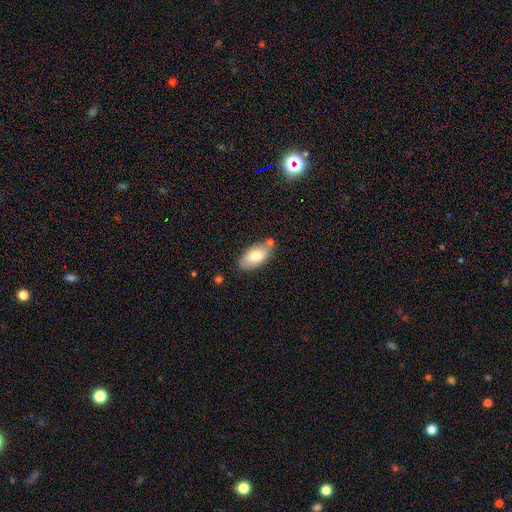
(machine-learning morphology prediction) Smooth or featured? smooth (74%)
How rounded? in between (94%)
Merging? none (70%)